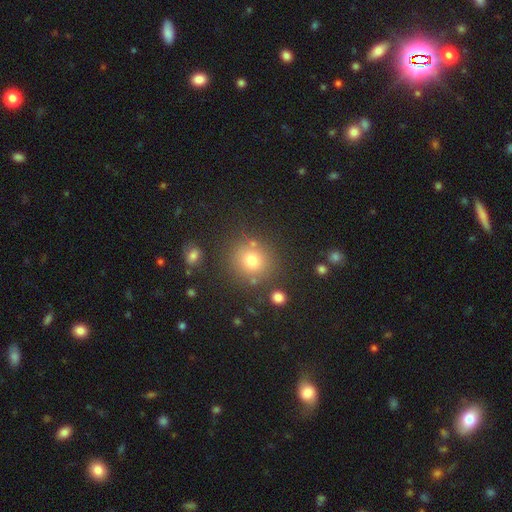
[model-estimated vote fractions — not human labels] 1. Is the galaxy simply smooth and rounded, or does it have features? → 72% smooth, 19% star or artifact, 9% featured or disk.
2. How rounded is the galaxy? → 90% round, 9% in between, 1% cigar-shaped.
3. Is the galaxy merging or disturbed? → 81% none, 9% minor disturbance, 7% merger, 3% major disturbance.